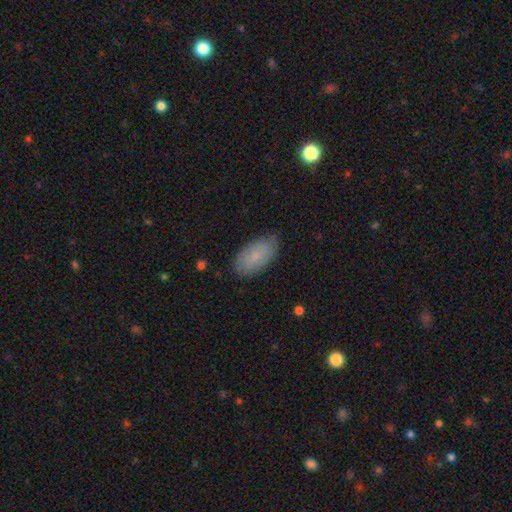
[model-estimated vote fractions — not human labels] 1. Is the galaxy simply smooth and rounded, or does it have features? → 79% smooth, 14% featured or disk, 7% star or artifact.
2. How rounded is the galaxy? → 94% in between, 4% cigar-shaped, 2% round.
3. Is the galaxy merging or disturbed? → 83% none, 13% minor disturbance, 3% major disturbance, 1% merger.